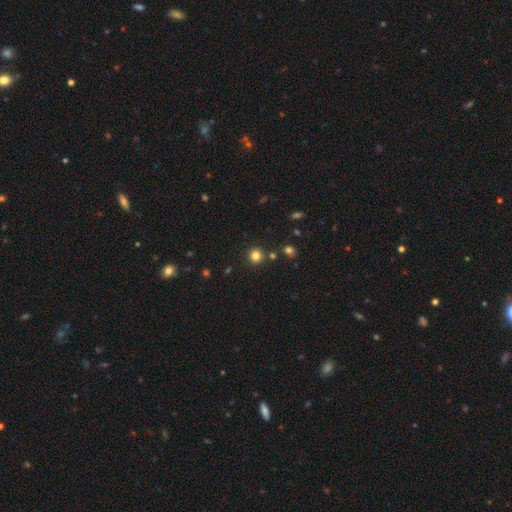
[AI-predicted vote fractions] This appears to be a smooth galaxy with no disk features (81%) that is round (93%). Merging: none (86%).